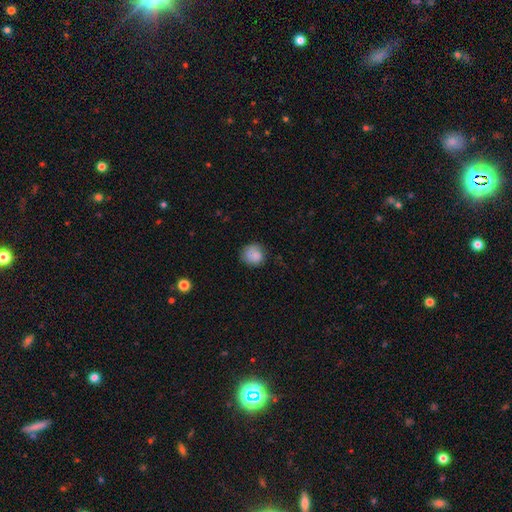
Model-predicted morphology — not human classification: Q: Smooth or featured?
A: smooth (83%); runner-up: star or artifact (9%)
Q: How rounded?
A: round (85%); runner-up: in between (14%)
Q: Merging?
A: none (72%); runner-up: minor disturbance (20%)